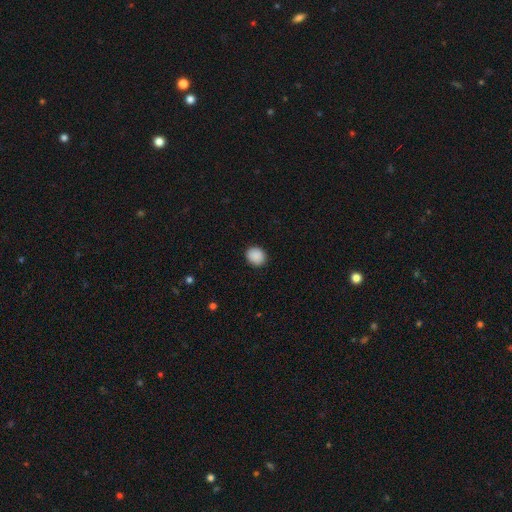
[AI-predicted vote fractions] A smooth galaxy with no disk features (90%) that is round (70%). Merging: none (90%).